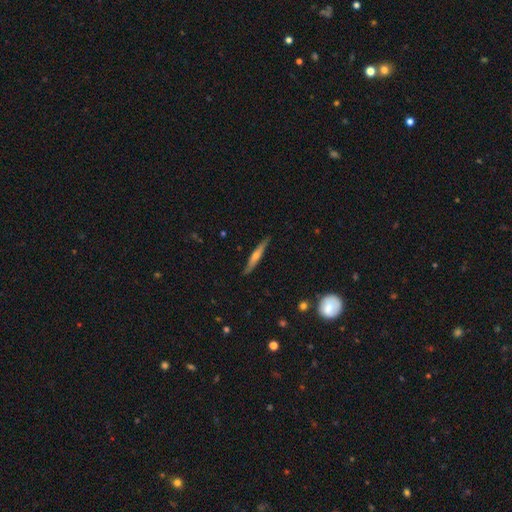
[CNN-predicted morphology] type=featured or disk (64%); edge-on=yes (95%); edge-on bulge=rounded (78%); merging=none (86%).